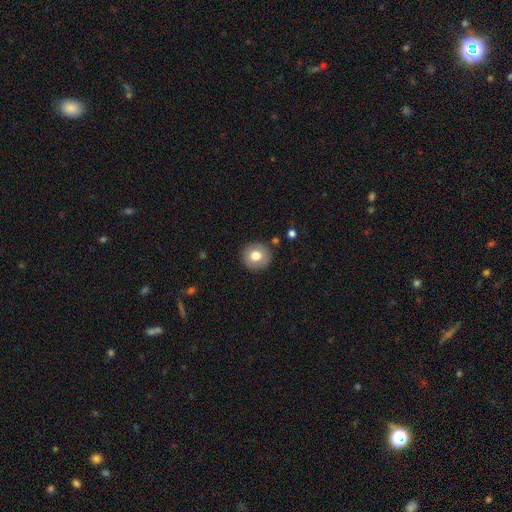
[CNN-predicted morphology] A smooth galaxy with no disk features (76%) that is round (92%).

Vote fractions:
- Smooth or featured? smooth: 76% / featured or disk: 15% / star or artifact: 9%
- How rounded? round: 92% / in between: 7% / cigar-shaped: 1%
- Merging? none: 89% / minor disturbance: 7% / major disturbance: 2% / merger: 2%